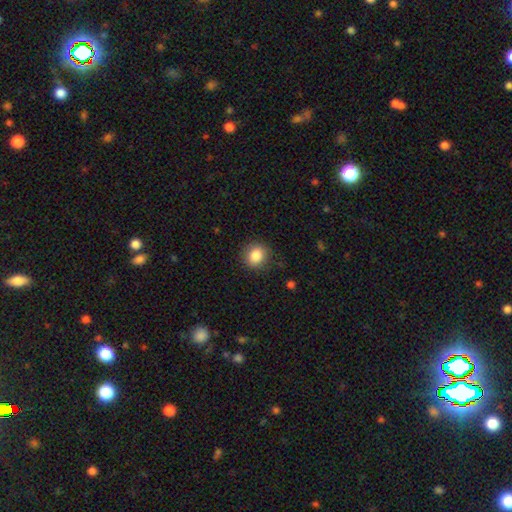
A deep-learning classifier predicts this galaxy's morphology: Smooth or featured?
  - smooth: 86% *
  - star or artifact: 9%
  - featured or disk: 5%
How rounded?
  - round: 80% *
  - in between: 20%
  - cigar-shaped: 1%
Merging?
  - none: 86% *
  - minor disturbance: 10%
  - major disturbance: 3%
  - merger: 1%